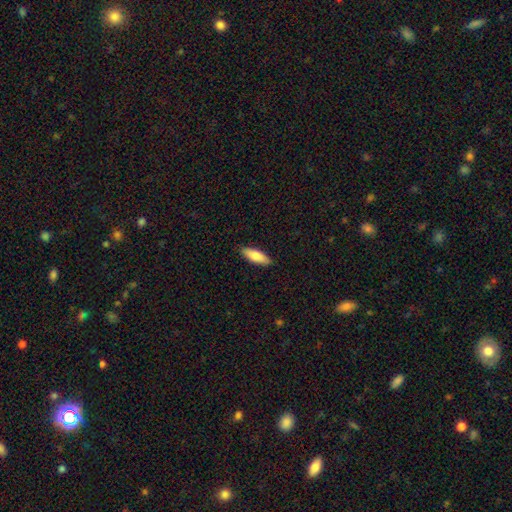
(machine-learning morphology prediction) This appears to be a smooth galaxy with no disk features (81%) that is in between round and cigar-shaped (60%). Merging: none (89%).